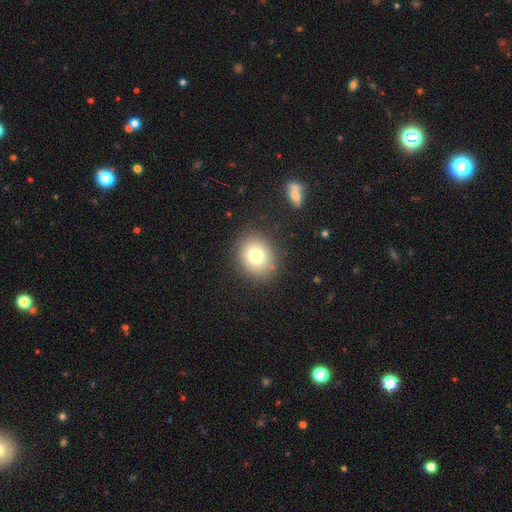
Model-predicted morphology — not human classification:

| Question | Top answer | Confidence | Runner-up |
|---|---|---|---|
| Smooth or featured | smooth | 76% | featured or disk (12%) |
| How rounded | round | 66% | in between (34%) |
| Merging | none | 86% | minor disturbance (9%) |